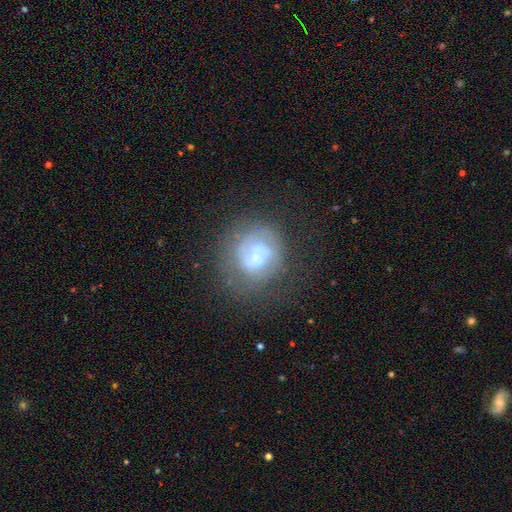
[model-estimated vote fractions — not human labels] Smooth or featured?
  - featured or disk: 65% *
  - smooth: 26%
  - star or artifact: 9%
Edge-on disk?
  - no: 98% *
  - yes: 2%
Bar?
  - no: 55% *
  - weak: 36%
  - strong: 9%
Spiral arms?
  - yes: 72% *
  - no: 28%
Bulge size?
  - small: 47% *
  - moderate: 25%
  - none: 18%
  - large: 8%
  - dominant: 2%
Merging?
  - none: 59% *
  - minor disturbance: 19%
  - major disturbance: 18%
  - merger: 4%